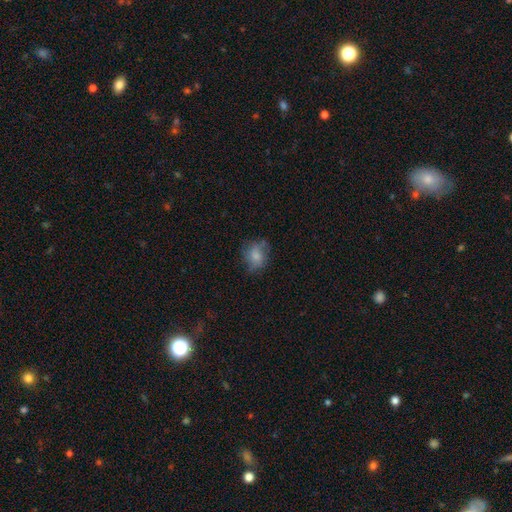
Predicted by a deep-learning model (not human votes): Smooth or featured? Predicted: smooth (p=0.68). How rounded? Predicted: round (p=0.58). Merging? Predicted: none (p=0.61).